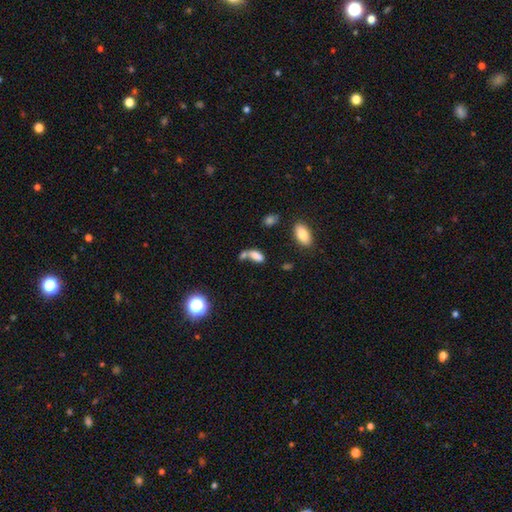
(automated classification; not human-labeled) A smooth galaxy with no disk features (75%) that is in between round and cigar-shaped (84%).

Vote fractions:
- Smooth or featured? smooth: 75% / star or artifact: 13% / featured or disk: 11%
- How rounded? in between: 84% / round: 8% / cigar-shaped: 8%
- Merging? merger: 49% / none: 29% / minor disturbance: 12% / major disturbance: 10%